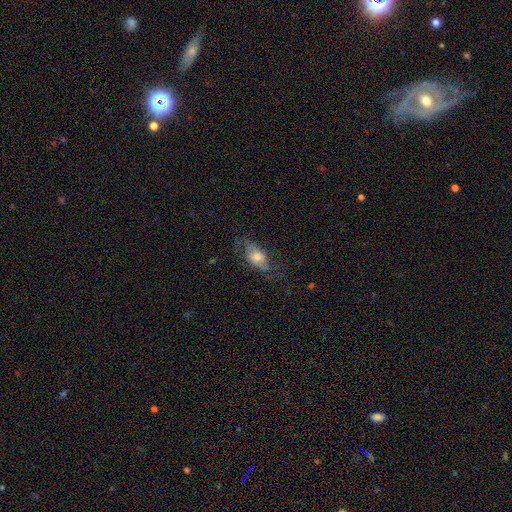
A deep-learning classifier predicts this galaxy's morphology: A smooth galaxy with no disk features (48%).

Vote fractions:
- Smooth or featured? smooth: 48% / featured or disk: 42% / star or artifact: 10%
- Merging? none: 59% / minor disturbance: 23% / major disturbance: 17% / merger: 1%